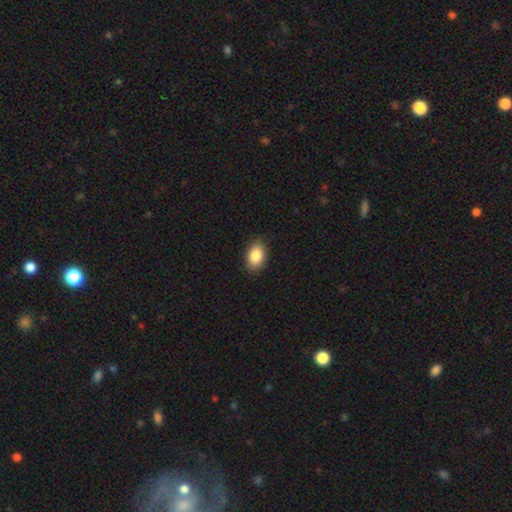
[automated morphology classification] Smooth or featured? Predicted: smooth (p=0.87). How rounded? Predicted: in between (p=0.86). Merging? Predicted: none (p=0.88).